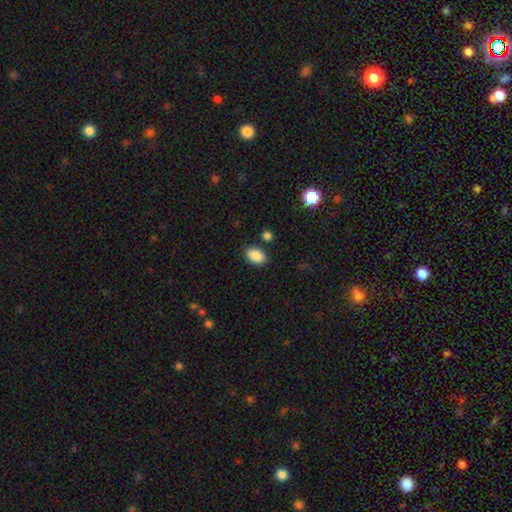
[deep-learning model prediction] A smooth galaxy with no disk features (88%) that is in between round and cigar-shaped (84%).

Vote fractions:
- Smooth or featured? smooth: 88% / star or artifact: 8% / featured or disk: 4%
- How rounded? in between: 84% / round: 14% / cigar-shaped: 1%
- Merging? none: 84% / minor disturbance: 10% / merger: 4% / major disturbance: 3%